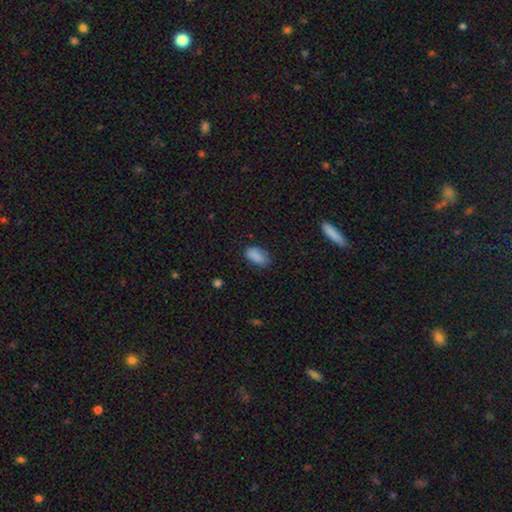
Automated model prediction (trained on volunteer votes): smooth_or_featured: smooth (p=0.87) [alt: star or artifact p=0.09]
how_rounded: in between (p=0.91) [alt: cigar-shaped p=0.04]
merging: none (p=0.71) [alt: minor disturbance p=0.23]